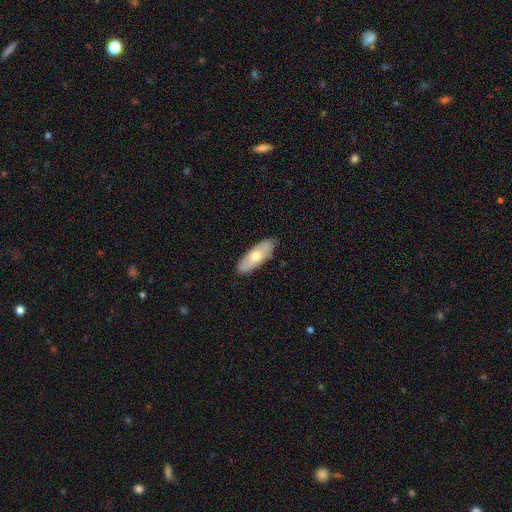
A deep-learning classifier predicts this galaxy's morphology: Smooth or featured? smooth (59%)
How rounded? in between (70%)
Merging? none (87%)